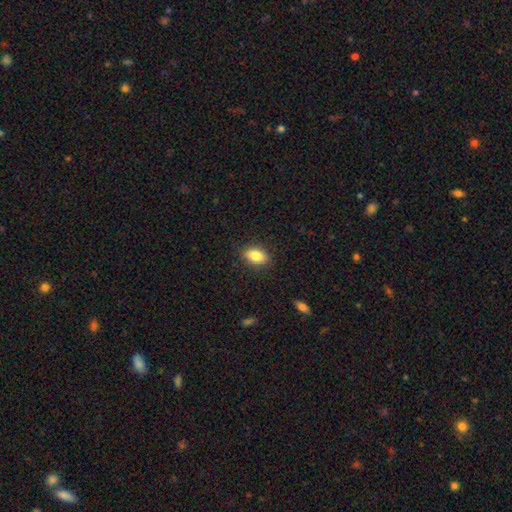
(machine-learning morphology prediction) Smooth or featured?
  - smooth: 84% *
  - featured or disk: 8%
  - star or artifact: 8%
How rounded?
  - in between: 88% *
  - round: 9%
  - cigar-shaped: 3%
Merging?
  - none: 87% *
  - minor disturbance: 10%
  - major disturbance: 2%
  - merger: 1%